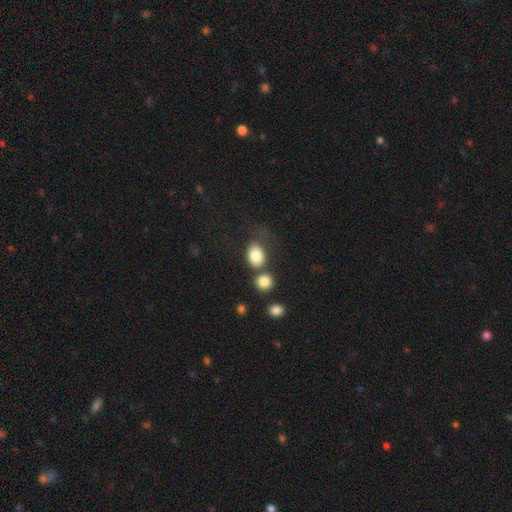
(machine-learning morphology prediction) Smooth or featured? Predicted: smooth (p=0.83). How rounded? Predicted: in between (p=0.73). Merging? Predicted: none (p=0.49).